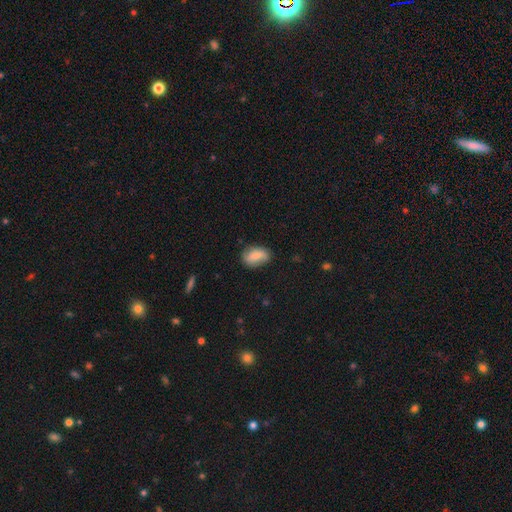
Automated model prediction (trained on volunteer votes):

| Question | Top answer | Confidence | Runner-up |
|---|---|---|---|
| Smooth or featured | smooth | 74% | featured or disk (18%) |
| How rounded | in between | 87% | round (11%) |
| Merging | none | 72% | minor disturbance (22%) |